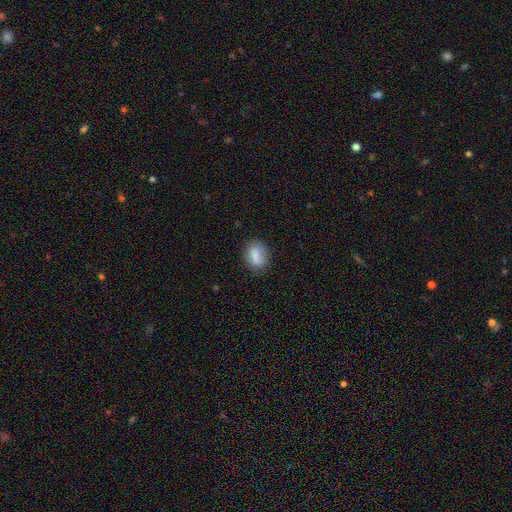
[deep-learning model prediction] This appears to be a smooth galaxy with no disk features (82%) that is in between round and cigar-shaped (76%). Merging: none (75%).